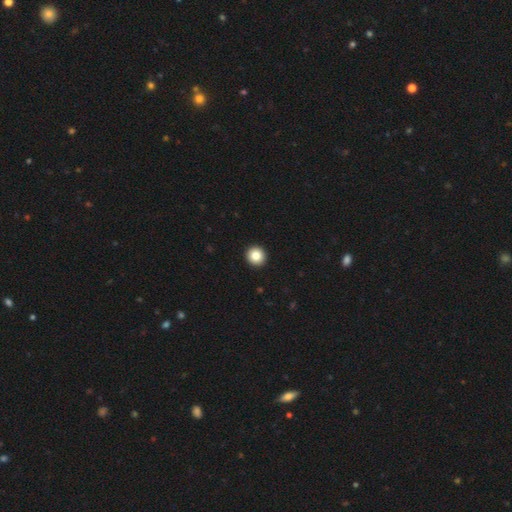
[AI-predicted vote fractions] Smooth or featured: smooth — 86% (star or artifact — 9%)
How rounded: round — 94% (in between — 5%)
Merging: none — 94% (minor disturbance — 4%)